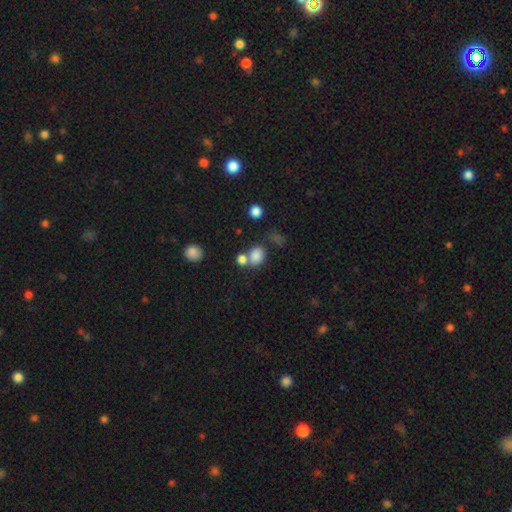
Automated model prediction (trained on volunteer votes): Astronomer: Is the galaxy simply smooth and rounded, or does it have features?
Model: smooth — 81%.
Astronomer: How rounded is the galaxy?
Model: round — 56% (runner-up: in between, 43%).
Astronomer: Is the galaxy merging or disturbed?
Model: none — 48% (runner-up: merger, 36%).